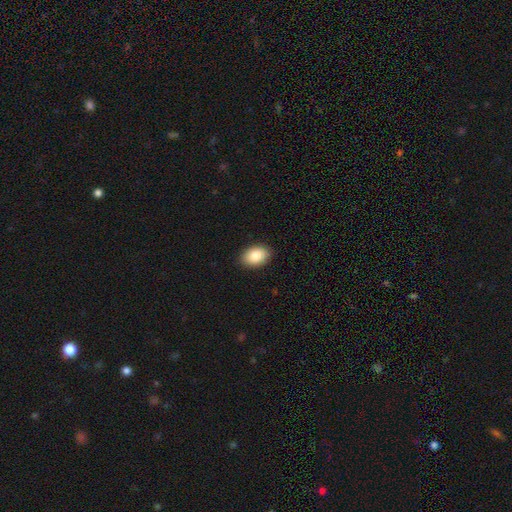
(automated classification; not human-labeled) The model was most divided on "how rounded": in between: 85%, round: 14%, cigar-shaped: 1%. More confident: merging — none (89%); smooth or featured — smooth (85%).